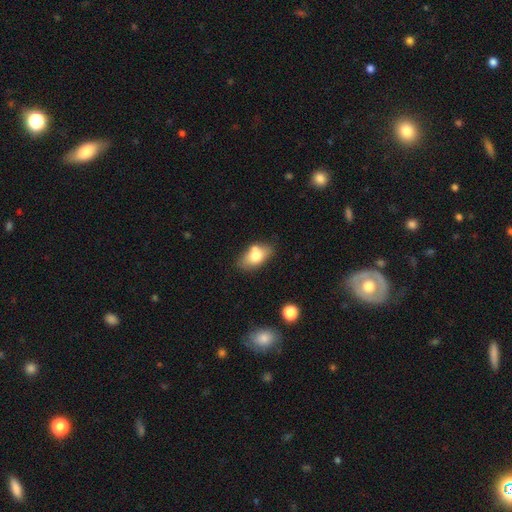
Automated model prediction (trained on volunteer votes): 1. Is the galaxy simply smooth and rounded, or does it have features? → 72% smooth, 20% featured or disk, 8% star or artifact.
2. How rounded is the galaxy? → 88% in between, 9% round, 3% cigar-shaped.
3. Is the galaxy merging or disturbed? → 59% none, 20% minor disturbance, 16% merger, 5% major disturbance.